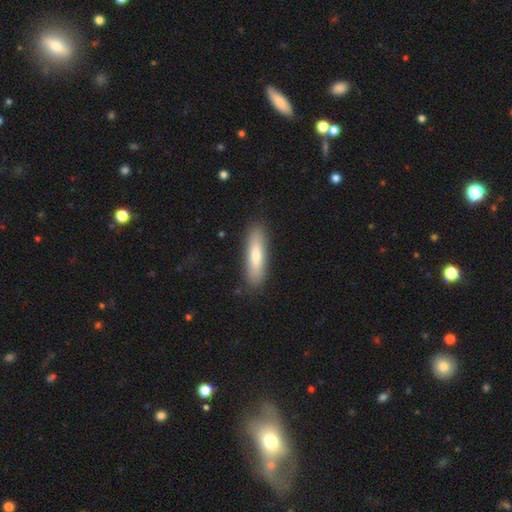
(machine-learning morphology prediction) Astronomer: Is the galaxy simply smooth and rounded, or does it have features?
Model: smooth — 64%.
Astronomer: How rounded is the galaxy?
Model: cigar-shaped — 72%.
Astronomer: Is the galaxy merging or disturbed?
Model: none — 85%.